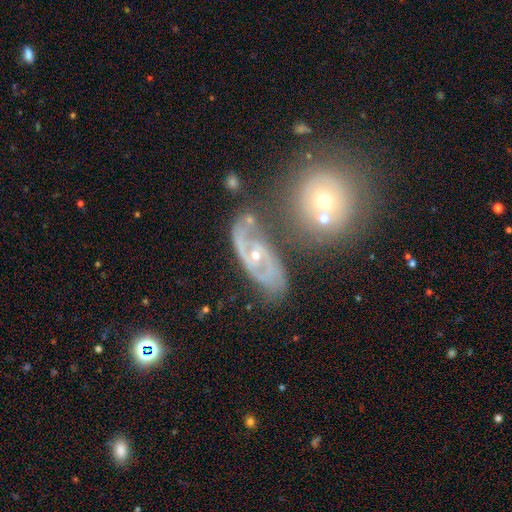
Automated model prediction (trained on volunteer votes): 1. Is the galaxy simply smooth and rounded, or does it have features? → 83% featured or disk, 9% smooth, 8% star or artifact.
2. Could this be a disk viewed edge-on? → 95% no, 5% yes.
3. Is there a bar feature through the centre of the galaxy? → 55% no, 32% weak, 12% strong.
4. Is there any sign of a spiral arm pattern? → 91% yes, 9% no.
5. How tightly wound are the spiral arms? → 46% medium, 34% tight, 20% loose.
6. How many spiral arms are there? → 73% 2, 11% can't tell, 6% 1, 5% 3, 2% 4, 2% more than 4.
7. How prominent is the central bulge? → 67% small, 29% moderate, 1% none, 1% large, 1% dominant.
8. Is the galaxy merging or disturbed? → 57% none, 21% minor disturbance, 12% major disturbance, 11% merger.